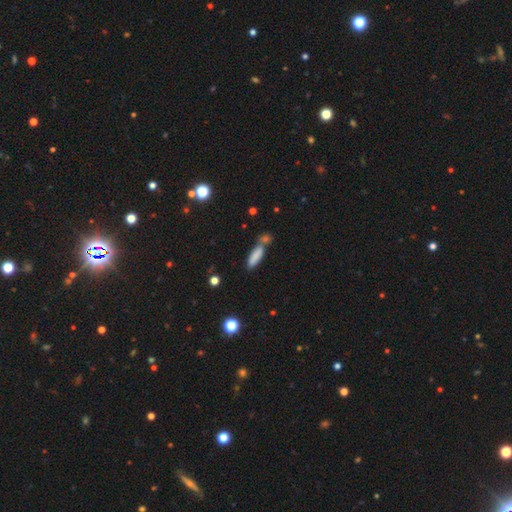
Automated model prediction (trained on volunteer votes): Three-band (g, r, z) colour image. It shows a smooth galaxy with no disk features (82%) that is cigar-shaped (57%). Merging: none (54%).